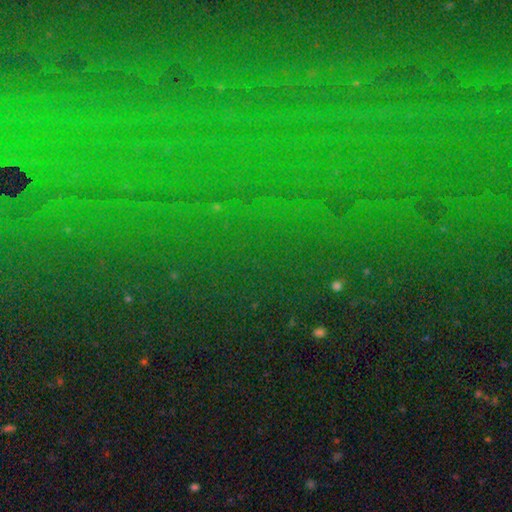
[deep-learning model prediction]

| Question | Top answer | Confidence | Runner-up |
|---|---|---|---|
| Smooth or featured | star or artifact | 80% | smooth (11%) |